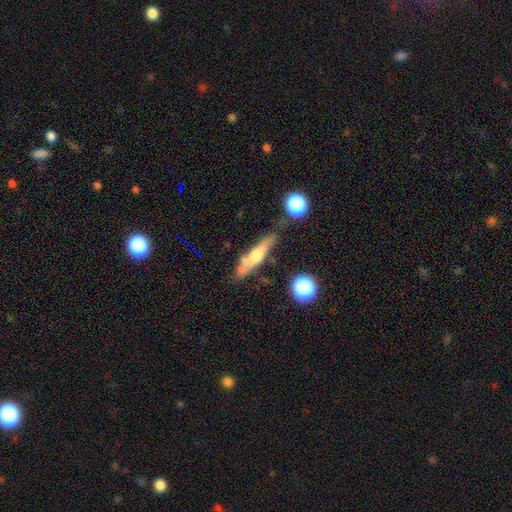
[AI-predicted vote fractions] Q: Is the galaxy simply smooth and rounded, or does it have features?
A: featured or disk — 47%.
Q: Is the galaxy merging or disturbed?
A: none — 50%.